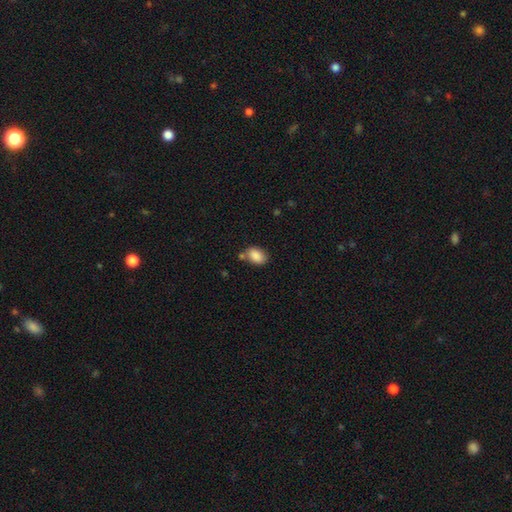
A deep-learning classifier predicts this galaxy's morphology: Overall: smooth (87%). How rounded: in between (82%). Merging: none (66%).